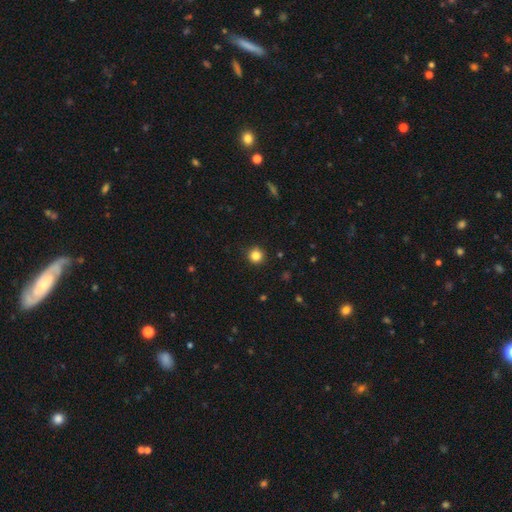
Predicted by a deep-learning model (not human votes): This is clearly a smooth galaxy (84%). How rounded: clearly round (96%). Merging: clearly none (93%).